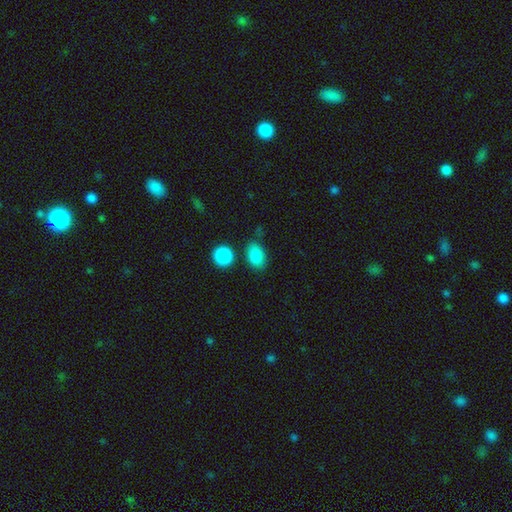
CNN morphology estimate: Q: Smooth or featured?
A: smooth (87%); runner-up: star or artifact (8%)
Q: How rounded?
A: in between (83%); runner-up: round (15%)
Q: Merging?
A: none (73%); runner-up: minor disturbance (16%)